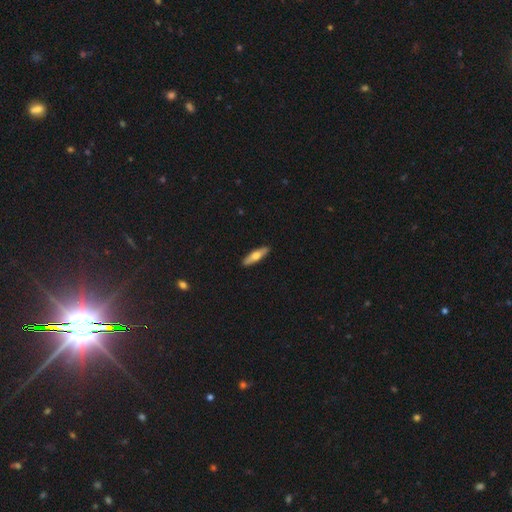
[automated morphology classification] A smooth galaxy with no disk features (61%) that is cigar-shaped (64%).

Vote fractions:
- Smooth or featured? smooth: 61% / featured or disk: 33% / star or artifact: 5%
- How rounded? cigar-shaped: 64% / in between: 34% / round: 2%
- Merging? none: 90% / minor disturbance: 7% / major disturbance: 1% / merger: 1%